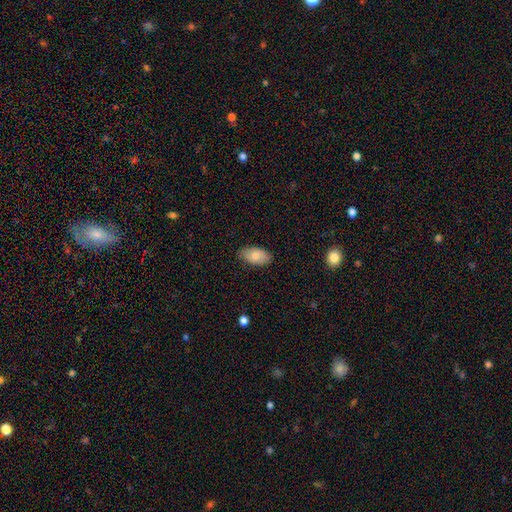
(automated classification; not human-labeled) Morphology: type=smooth (77%); roundness=in between (94%); merging=none (82%).